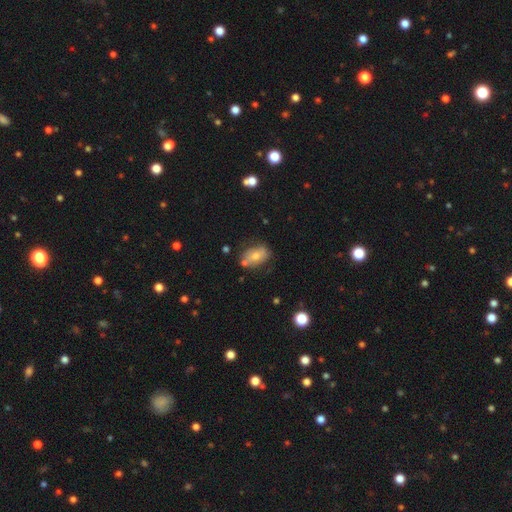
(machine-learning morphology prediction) smooth_or_featured: smooth (p=0.60) [alt: featured or disk p=0.30]
how_rounded: in between (p=0.84) [alt: round p=0.13]
merging: none (p=0.64) [alt: minor disturbance p=0.20]